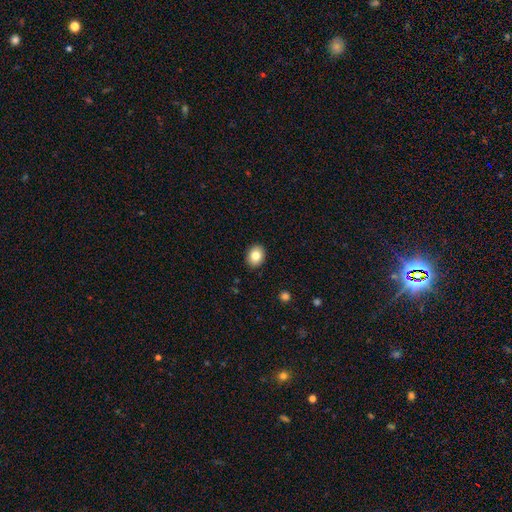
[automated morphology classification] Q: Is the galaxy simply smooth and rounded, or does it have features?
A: smooth — 83%.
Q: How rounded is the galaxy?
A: in between — 57%.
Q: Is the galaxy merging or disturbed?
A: none — 90%.